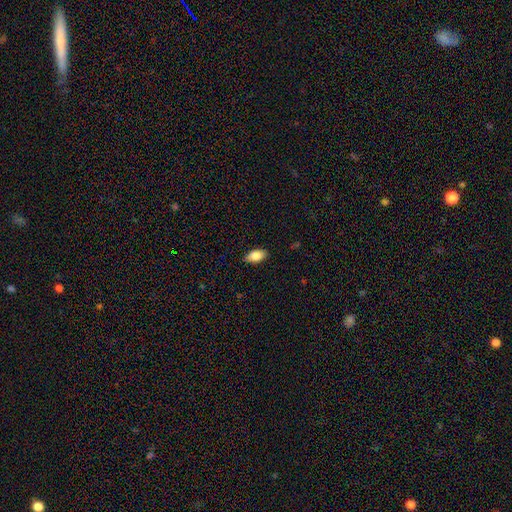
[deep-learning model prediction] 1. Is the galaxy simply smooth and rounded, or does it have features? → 85% smooth, 8% featured or disk, 7% star or artifact.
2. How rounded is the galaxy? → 93% in between, 4% cigar-shaped, 3% round.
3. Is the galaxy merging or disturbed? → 88% none, 9% minor disturbance, 2% major disturbance, 1% merger.